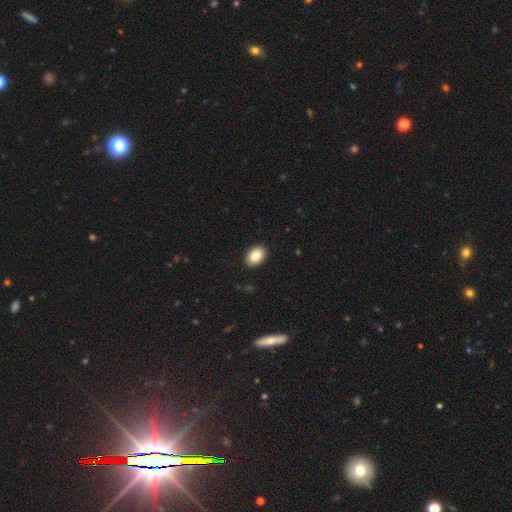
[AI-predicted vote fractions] Smooth or featured? Predicted: smooth (p=0.84). How rounded? Predicted: in between (p=0.80). Merging? Predicted: none (p=0.91).